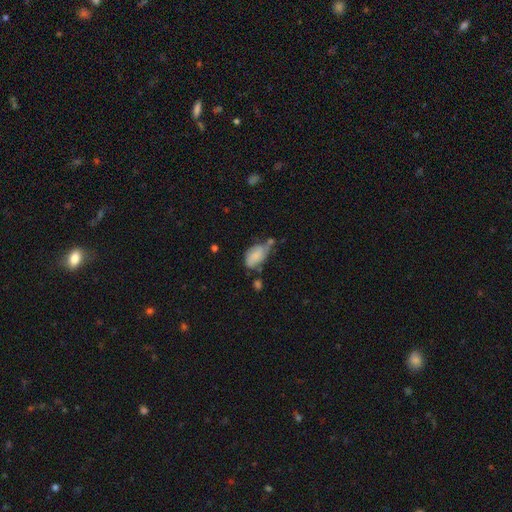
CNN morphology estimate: This appears to be a smooth galaxy with no disk features (69%) that is in between round and cigar-shaped (91%). Merging: minor disturbance (34%).